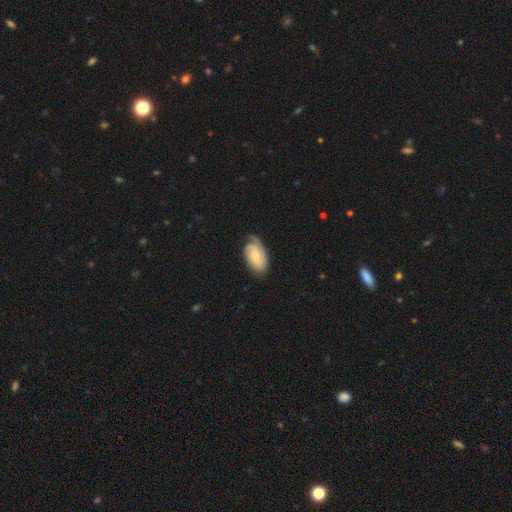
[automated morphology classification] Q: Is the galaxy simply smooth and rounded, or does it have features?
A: featured or disk — 65%.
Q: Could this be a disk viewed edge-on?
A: no — 95%.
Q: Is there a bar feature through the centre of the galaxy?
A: no — 67%.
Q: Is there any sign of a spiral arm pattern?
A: yes — 93%.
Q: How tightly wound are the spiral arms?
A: tight — 52%.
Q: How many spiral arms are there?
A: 2 — 38%.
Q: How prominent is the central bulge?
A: small — 57%.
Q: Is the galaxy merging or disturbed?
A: none — 64%.